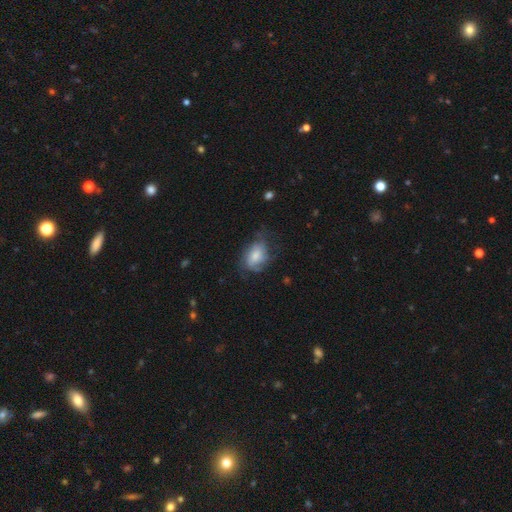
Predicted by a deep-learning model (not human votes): This is possibly a smooth galaxy (56%). How rounded: clearly in between (82%). Merging: possibly none (46%).